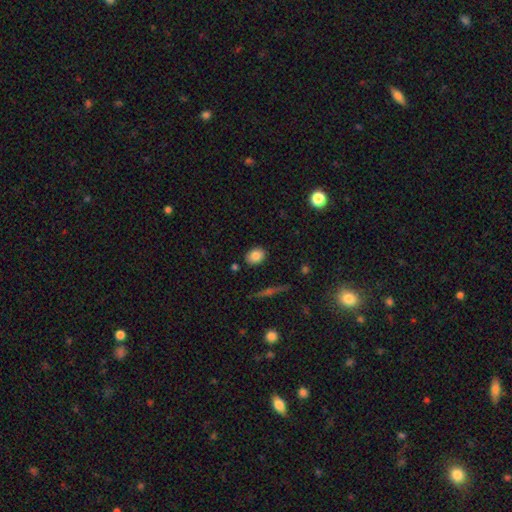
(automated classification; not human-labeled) This is clearly a smooth galaxy (82%). How rounded: possibly in between (59%). Merging: clearly none (85%).